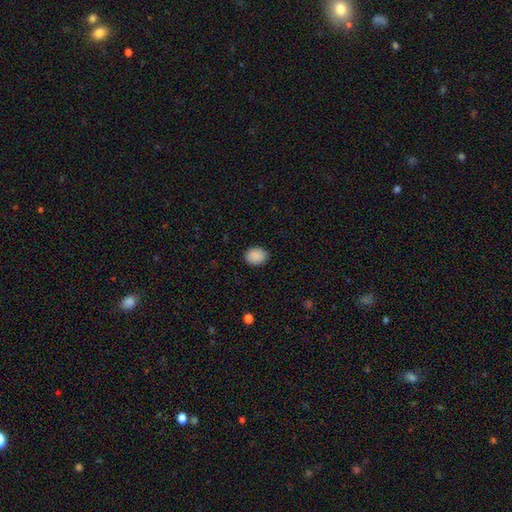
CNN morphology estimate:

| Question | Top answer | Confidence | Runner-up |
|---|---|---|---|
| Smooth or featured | smooth | 90% | star or artifact (8%) |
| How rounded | in between | 56% | round (43%) |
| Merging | none | 88% | minor disturbance (9%) |